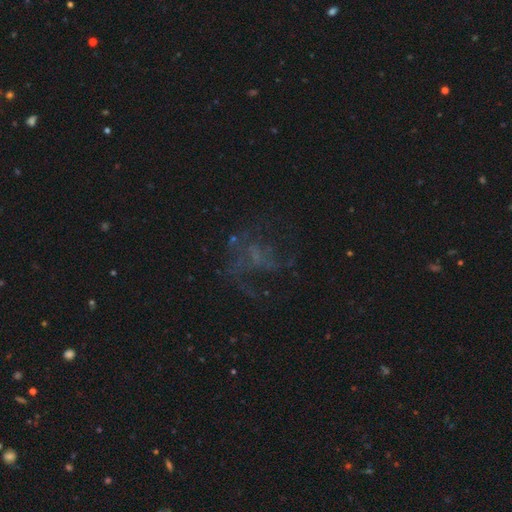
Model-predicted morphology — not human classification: featured or disk 48%, star or artifact 32%, smooth 20%. Down the decision tree: merging — none (47%).